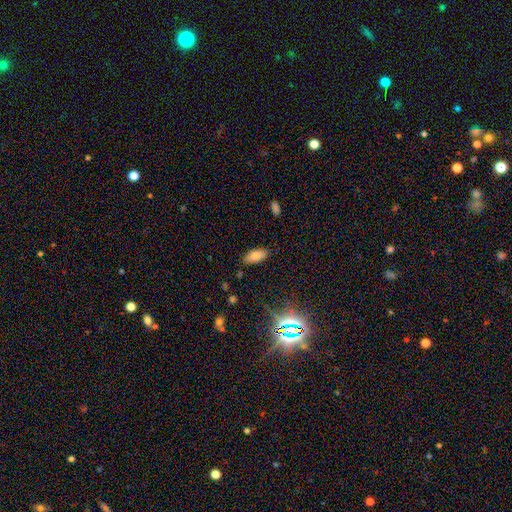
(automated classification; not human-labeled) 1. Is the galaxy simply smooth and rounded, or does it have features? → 79% smooth, 11% star or artifact, 10% featured or disk.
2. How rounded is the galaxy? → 87% in between, 10% cigar-shaped, 2% round.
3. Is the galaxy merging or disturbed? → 83% none, 13% minor disturbance, 3% major disturbance, 2% merger.